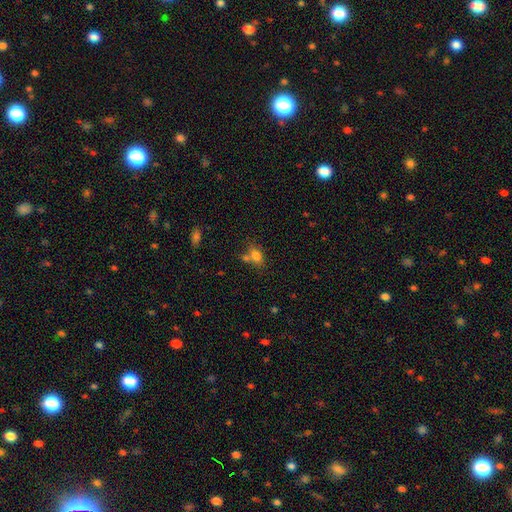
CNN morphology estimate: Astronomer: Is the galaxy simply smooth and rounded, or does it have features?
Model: smooth — 77%.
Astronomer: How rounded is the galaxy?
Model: in between — 73%.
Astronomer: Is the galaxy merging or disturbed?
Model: none — 52% (runner-up: merger, 27%).